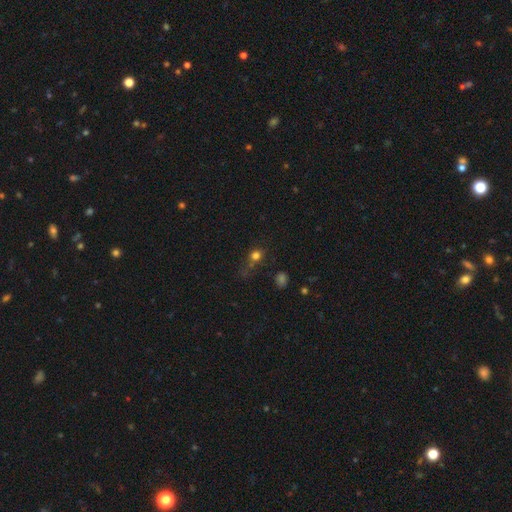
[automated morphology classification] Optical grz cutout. It shows a smooth galaxy with no disk features (70%) that is round (80%). Merging: none (53%).